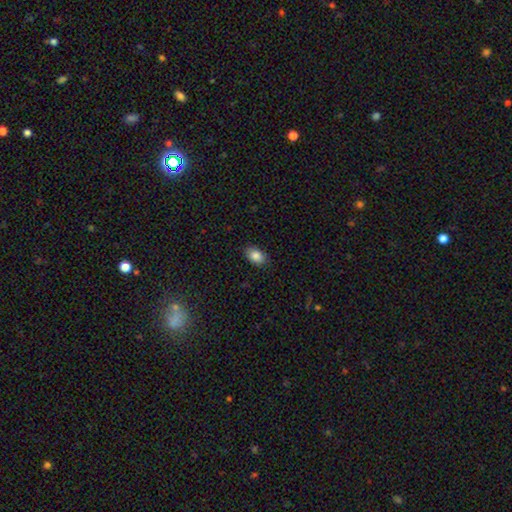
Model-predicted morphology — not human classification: Smooth or featured? Predicted: smooth (p=0.87). How rounded? Predicted: in between (p=0.86). Merging? Predicted: none (p=0.87).